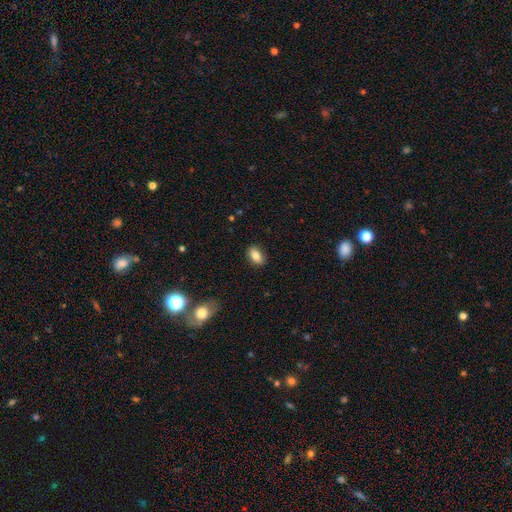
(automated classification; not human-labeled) smooth-or-featured: smooth: 83% | featured or disk: 10% | star or artifact: 8%
  how-rounded: in between: 88% | round: 8% | cigar-shaped: 4%
  merging: none: 87% | minor disturbance: 10% | major disturbance: 2% | merger: 1%